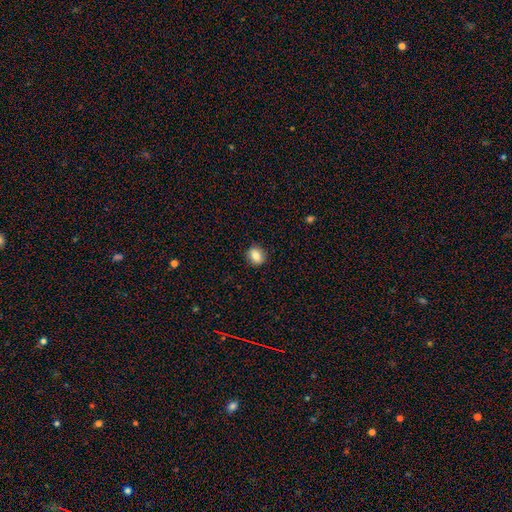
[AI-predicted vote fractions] A smooth galaxy with no disk features (82%) that is round (61%).

Vote fractions:
- Smooth or featured? smooth: 82% / featured or disk: 9% / star or artifact: 9%
- How rounded? round: 61% / in between: 37% / cigar-shaped: 1%
- Merging? none: 88% / minor disturbance: 9% / major disturbance: 2% / merger: 1%